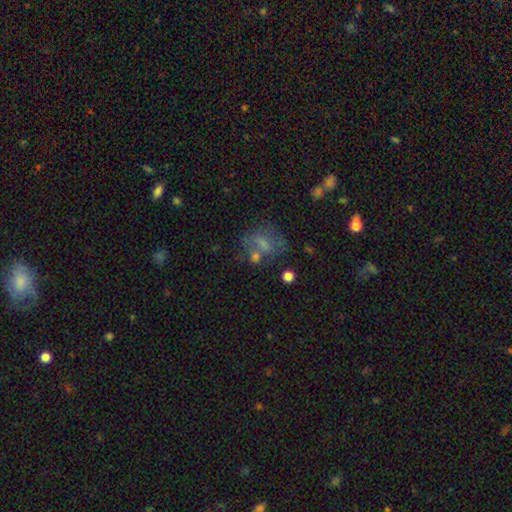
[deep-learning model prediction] Smooth or featured? star or artifact (37%)